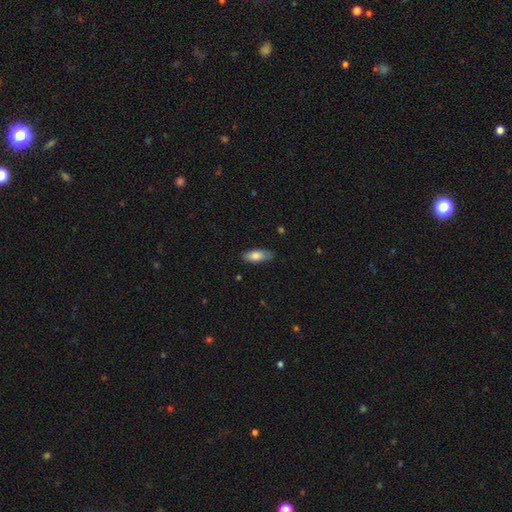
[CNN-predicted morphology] Smooth or featured?
  - smooth: 78% *
  - featured or disk: 16%
  - star or artifact: 6%
How rounded?
  - in between: 80% *
  - cigar-shaped: 18%
  - round: 2%
Merging?
  - none: 79% *
  - minor disturbance: 17%
  - major disturbance: 3%
  - merger: 1%